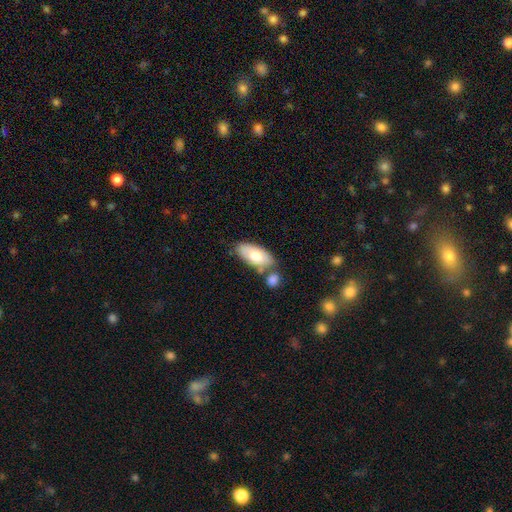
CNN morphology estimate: smooth 69%, featured or disk 25%, star or artifact 5%. Down the decision tree: how rounded — in between (90%); merging — none (58%).